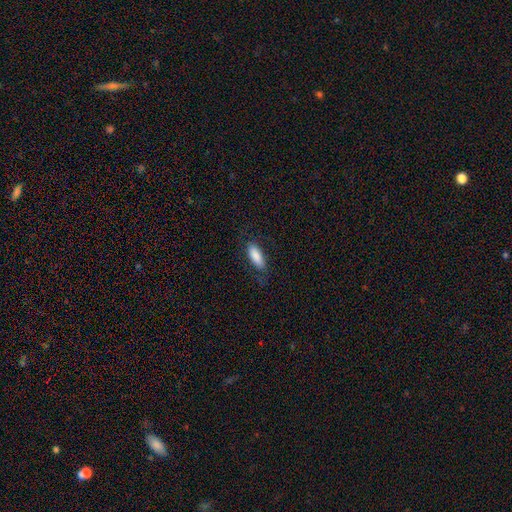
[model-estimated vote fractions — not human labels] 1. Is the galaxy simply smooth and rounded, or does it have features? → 85% smooth, 9% featured or disk, 6% star or artifact.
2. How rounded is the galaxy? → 74% in between, 24% cigar-shaped, 2% round.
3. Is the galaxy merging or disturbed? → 74% none, 18% minor disturbance, 7% major disturbance, 1% merger.